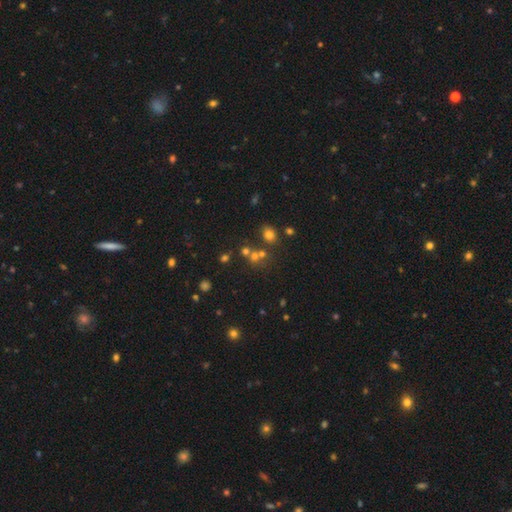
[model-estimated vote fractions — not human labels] A smooth galaxy with no disk features (56%) that is round (78%).

Vote fractions:
- Smooth or featured? smooth: 56% / star or artifact: 29% / featured or disk: 14%
- How rounded? round: 78% / in between: 21% / cigar-shaped: 1%
- Merging? none: 53% / merger: 33% / minor disturbance: 9% / major disturbance: 5%